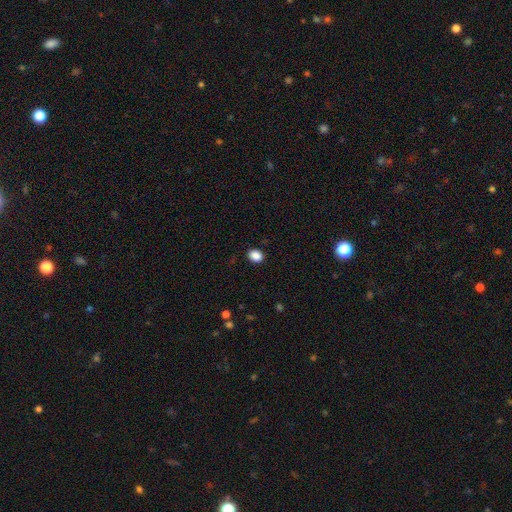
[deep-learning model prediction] smooth_or_featured: smooth (p=0.88) [alt: star or artifact p=0.09]
how_rounded: in between (p=0.57) [alt: round p=0.42]
merging: none (p=0.90) [alt: minor disturbance p=0.07]